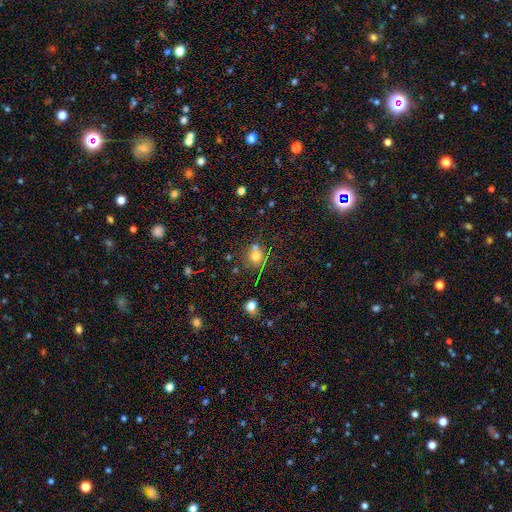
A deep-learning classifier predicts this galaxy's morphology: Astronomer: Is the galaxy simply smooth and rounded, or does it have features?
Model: smooth — 68%.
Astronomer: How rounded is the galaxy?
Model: round — 83%.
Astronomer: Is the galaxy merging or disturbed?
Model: none — 55%.